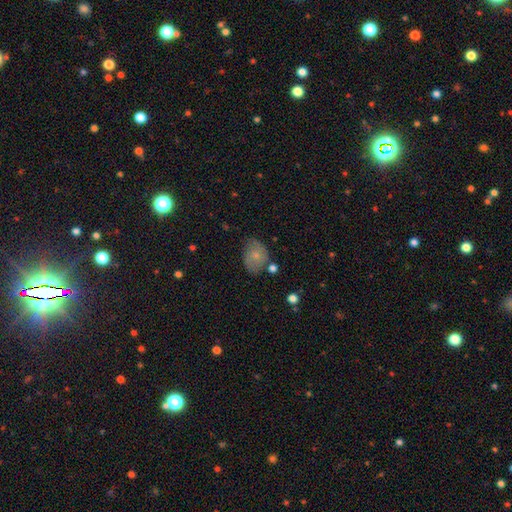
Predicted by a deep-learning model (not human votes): This is likely a smooth galaxy (69%). How rounded: likely in between (70%). Merging: possibly none (58%).